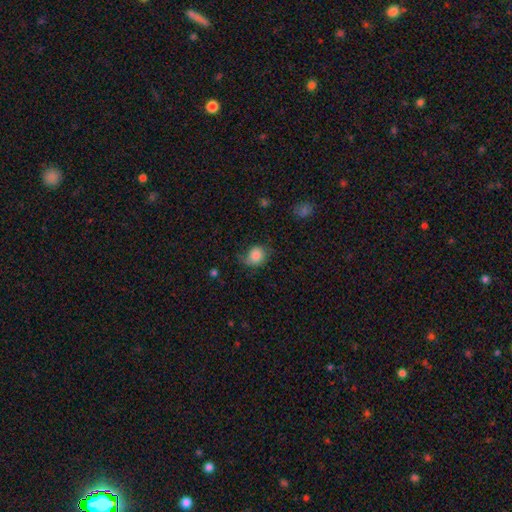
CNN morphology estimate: Smooth or featured? smooth (82%)
How rounded? round (66%)
Merging? none (57%)